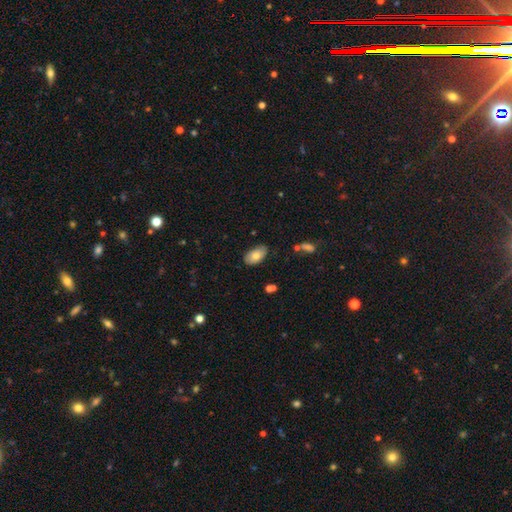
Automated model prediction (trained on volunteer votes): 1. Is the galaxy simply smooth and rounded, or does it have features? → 75% smooth, 18% featured or disk, 7% star or artifact.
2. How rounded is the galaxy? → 94% in between, 4% round, 2% cigar-shaped.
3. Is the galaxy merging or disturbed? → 77% none, 18% minor disturbance, 3% major disturbance, 2% merger.